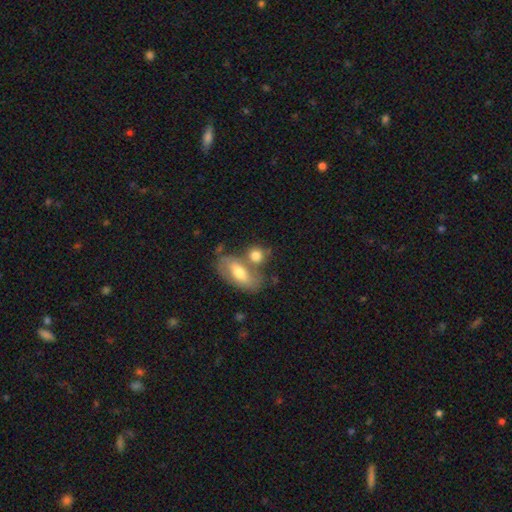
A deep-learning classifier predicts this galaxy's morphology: A smooth galaxy with no disk features (75%) that is in between round and cigar-shaped (48%). Merging: none (44%).